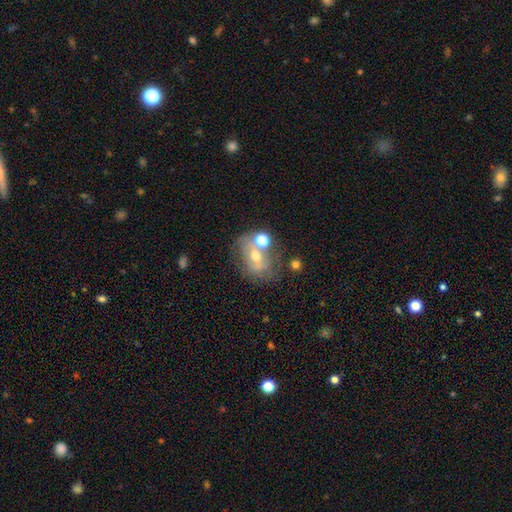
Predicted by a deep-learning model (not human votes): Q: Smooth or featured?
A: featured or disk (49%); runner-up: smooth (35%)
Q: Merging?
A: none (45%); runner-up: merger (25%)